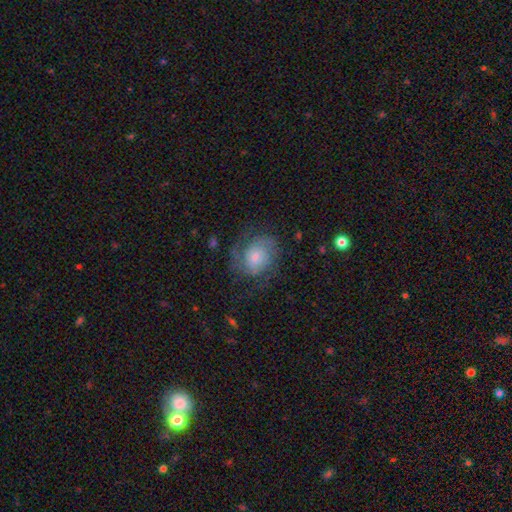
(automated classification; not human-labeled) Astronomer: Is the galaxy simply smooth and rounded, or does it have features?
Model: featured or disk — 66%.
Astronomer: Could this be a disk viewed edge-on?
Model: no — 97%.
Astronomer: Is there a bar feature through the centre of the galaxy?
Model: no — 73%.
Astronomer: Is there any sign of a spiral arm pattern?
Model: yes — 89%.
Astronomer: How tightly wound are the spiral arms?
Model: medium — 41%, tied with tight at 41%.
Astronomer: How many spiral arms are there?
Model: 2 — 61%.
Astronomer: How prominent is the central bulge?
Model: small — 39% (runner-up: moderate, 37%).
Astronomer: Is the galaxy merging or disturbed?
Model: none — 64%.